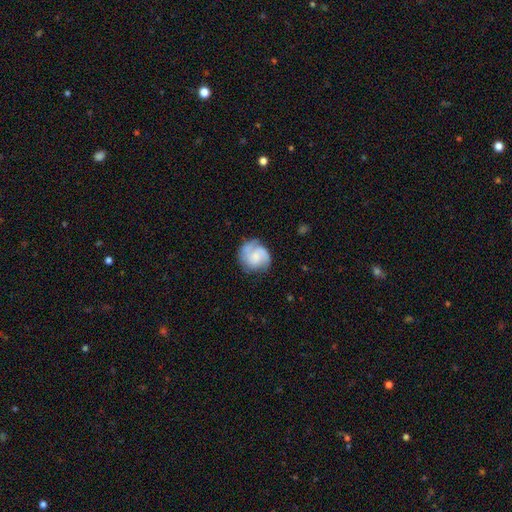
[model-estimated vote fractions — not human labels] This appears to be a featured or disk galaxy (62%) with no bar (66%), 2 (48%) medium (42%) spiral arms (91%) and a small central bulge (37%). Merging: none (65%).